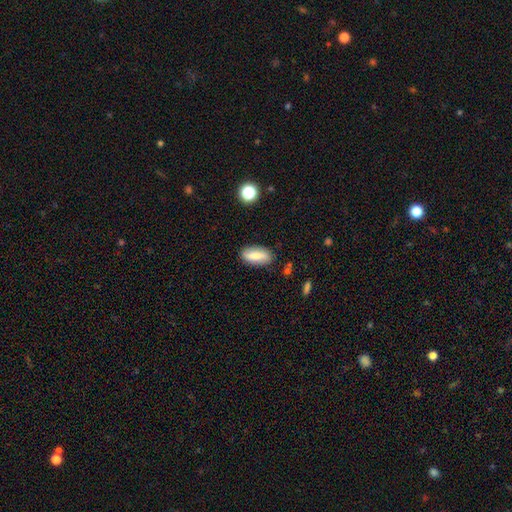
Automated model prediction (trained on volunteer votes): Overall: smooth (66%; featured or disk 26%). How rounded: in between (83%). Merging: none (82%).